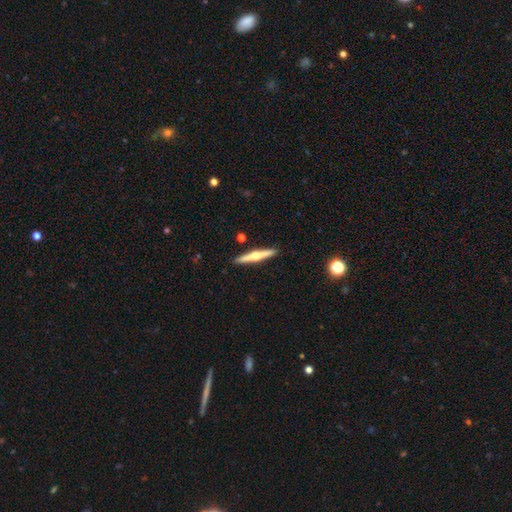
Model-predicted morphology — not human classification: The model was most divided on "smooth or featured": featured or disk: 63%, smooth: 32%, star or artifact: 5%. More confident: edge-on disk — yes (98%); edge-on bulge — rounded (91%); merging — none (91%).